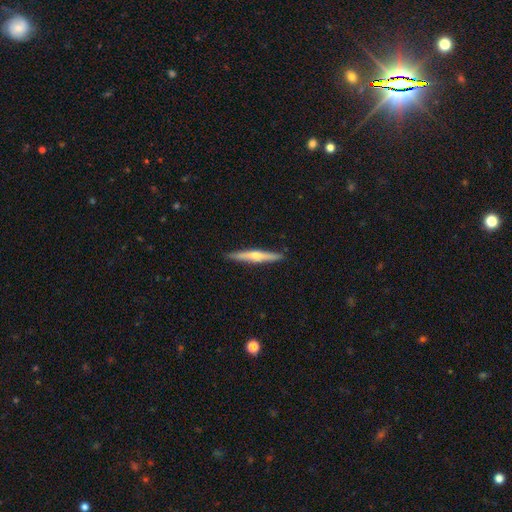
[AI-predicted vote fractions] The model was most divided on "smooth or featured": featured or disk: 54%, smooth: 41%, star or artifact: 5%. More confident: edge-on disk — yes (97%); merging — none (90%); edge-on bulge — rounded (78%).